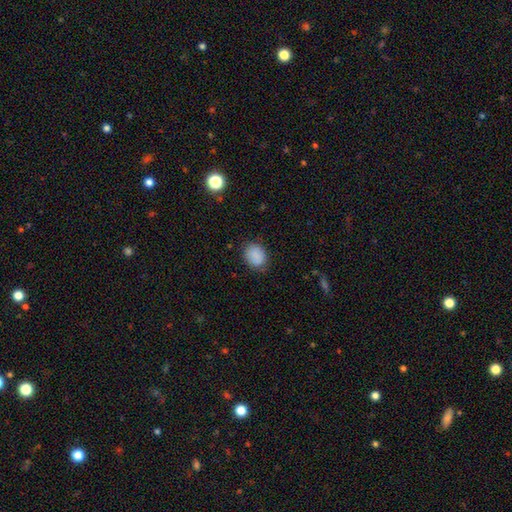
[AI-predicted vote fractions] Q: Smooth or featured?
A: smooth (87%); runner-up: star or artifact (8%)
Q: How rounded?
A: round (52%); runner-up: in between (47%)
Q: Merging?
A: none (77%); runner-up: minor disturbance (18%)